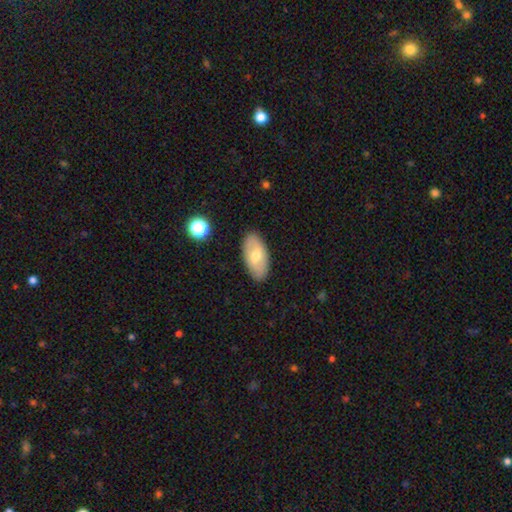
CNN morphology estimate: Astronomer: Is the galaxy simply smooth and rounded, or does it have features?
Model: smooth — 59% (runner-up: featured or disk, 34%).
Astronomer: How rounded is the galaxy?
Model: in between — 93%.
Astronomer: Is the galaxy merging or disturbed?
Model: none — 87%.